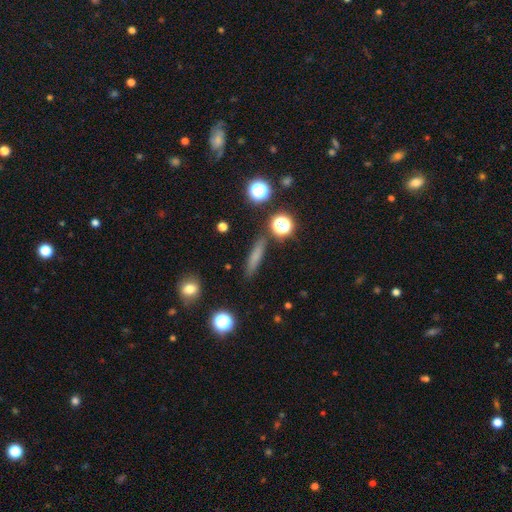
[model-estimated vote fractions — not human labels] Overall: smooth (68%). How rounded: cigar-shaped (82%). Merging: none (85%).